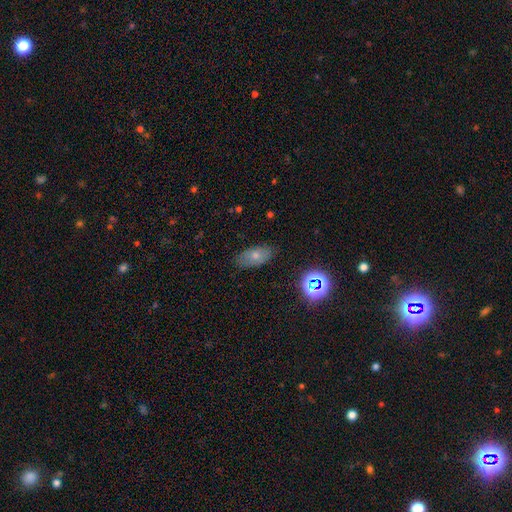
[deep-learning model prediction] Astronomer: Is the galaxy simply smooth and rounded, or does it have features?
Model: smooth — 66%.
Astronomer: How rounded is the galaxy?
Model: in between — 90%.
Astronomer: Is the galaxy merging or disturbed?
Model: none — 79%.